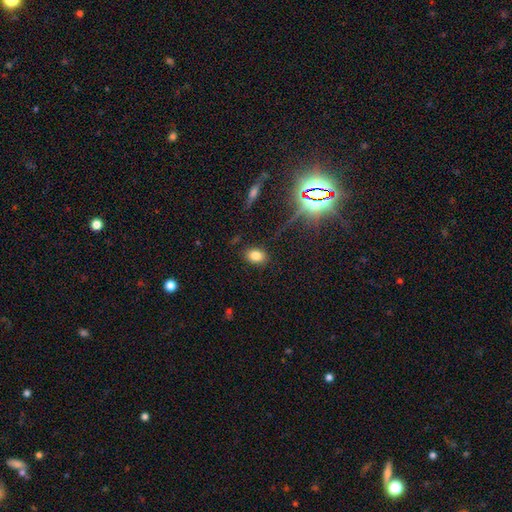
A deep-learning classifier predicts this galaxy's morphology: The model was most divided on "how rounded": in between: 74%, round: 25%, cigar-shaped: 1%. More confident: merging — none (85%); smooth or featured — smooth (77%).